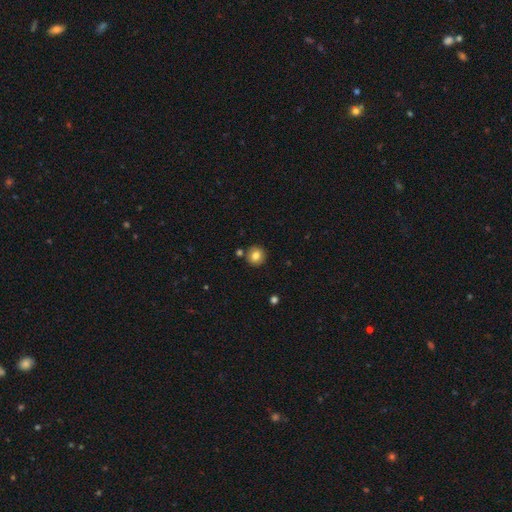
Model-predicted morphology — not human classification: Q: Smooth or featured?
A: smooth (81%); runner-up: star or artifact (10%)
Q: How rounded?
A: round (93%); runner-up: in between (6%)
Q: Merging?
A: none (85%); runner-up: minor disturbance (7%)